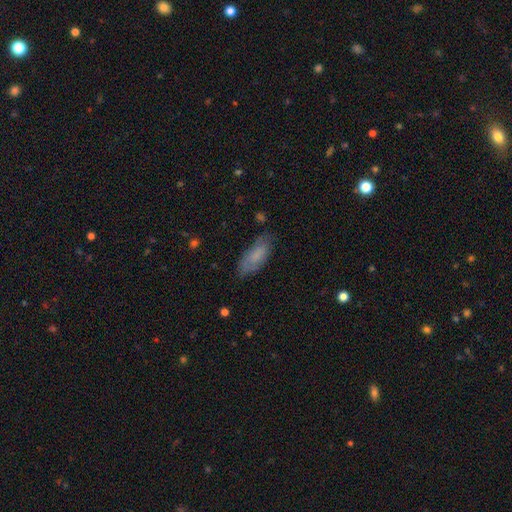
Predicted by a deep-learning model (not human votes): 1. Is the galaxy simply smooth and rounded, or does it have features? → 73% smooth, 19% featured or disk, 8% star or artifact.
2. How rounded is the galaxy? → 79% in between, 19% cigar-shaped, 2% round.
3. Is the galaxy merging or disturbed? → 70% none, 22% minor disturbance, 6% major disturbance, 2% merger.